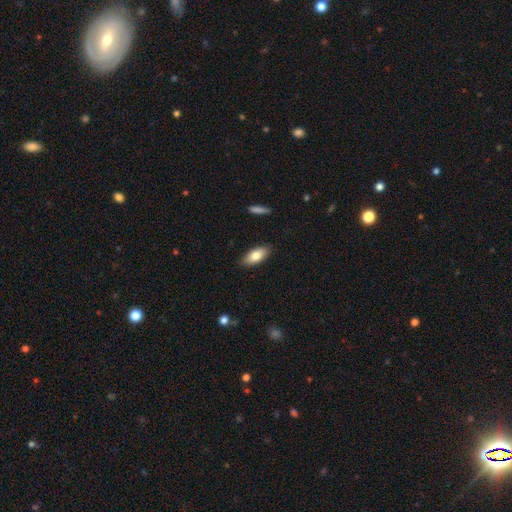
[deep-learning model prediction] Smooth or featured: smooth — 79% (featured or disk — 15%)
How rounded: in between — 86% (cigar-shaped — 11%)
Merging: none — 87% (minor disturbance — 10%)